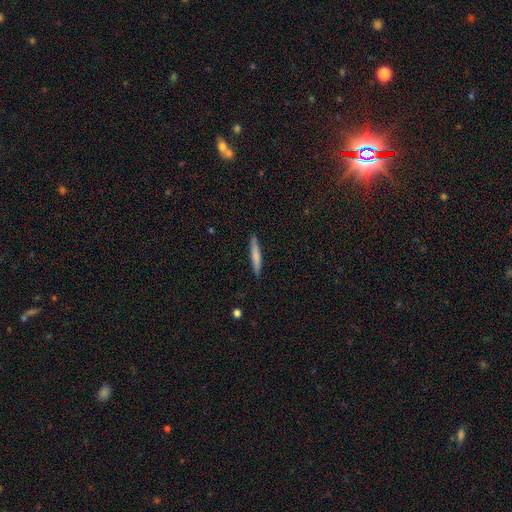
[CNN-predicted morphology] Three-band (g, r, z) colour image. It shows a smooth galaxy with no disk features (71%) that is cigar-shaped (94%). Merging: none (90%).